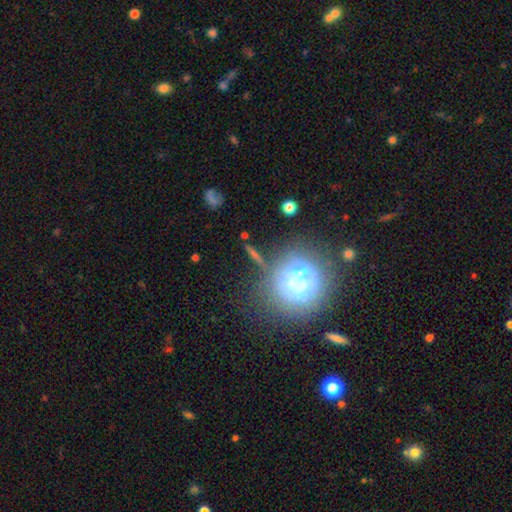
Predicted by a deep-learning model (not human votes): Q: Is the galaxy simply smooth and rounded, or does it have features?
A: smooth — 48%.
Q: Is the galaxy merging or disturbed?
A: none — 58%.